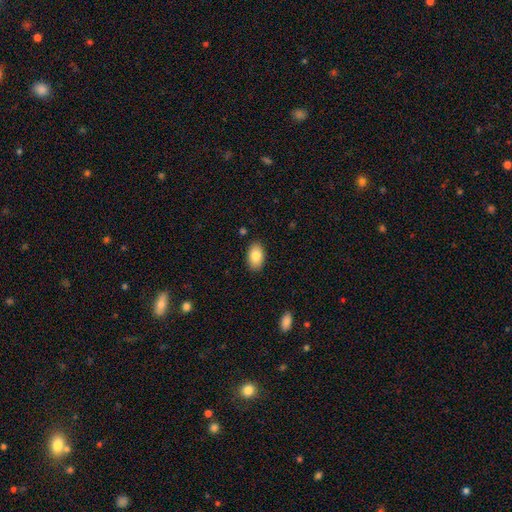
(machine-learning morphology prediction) smooth_or_featured: smooth (p=0.84) [alt: featured or disk p=0.09]
how_rounded: in between (p=0.92) [alt: round p=0.07]
merging: none (p=0.88) [alt: minor disturbance p=0.09]